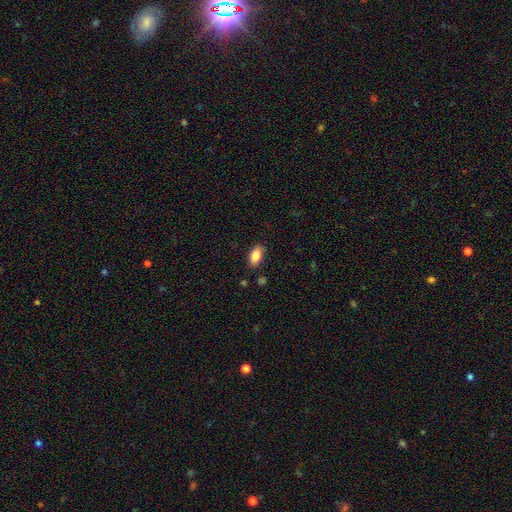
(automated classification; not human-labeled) Morphology: type=smooth (86%); roundness=in between (92%); merging=none (84%).